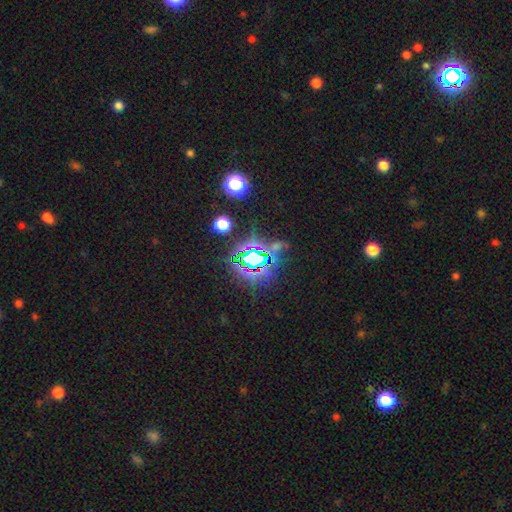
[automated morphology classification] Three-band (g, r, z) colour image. It shows a star or artifact, not a galaxy (77%).